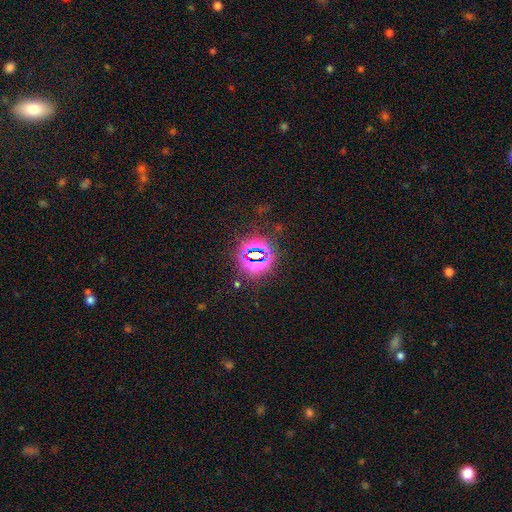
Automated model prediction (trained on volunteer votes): smooth_or_featured: star or artifact (p=0.75) [alt: smooth p=0.15]